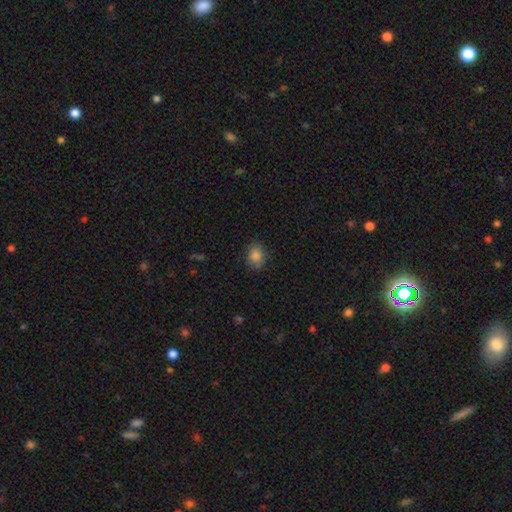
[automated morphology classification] This is clearly a smooth galaxy (84%). How rounded: possibly in between (55%). Merging: clearly none (84%).